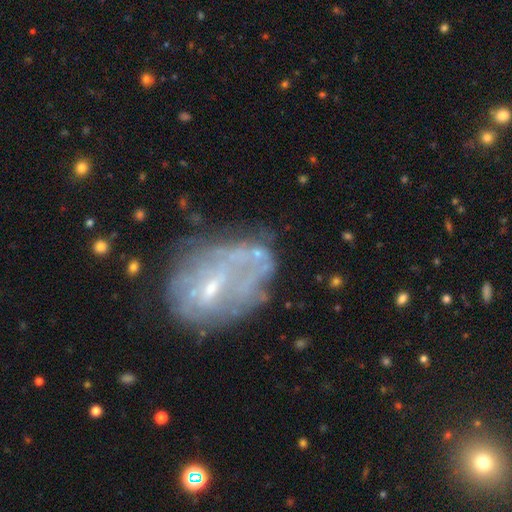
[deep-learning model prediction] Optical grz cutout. It shows a featured or disk galaxy (63%) with no bar (43%), no spiral arms (67%) and a small central bulge (54%). Merging: none (41%).